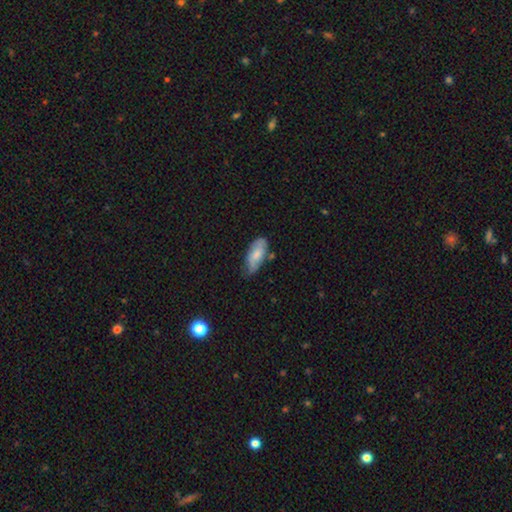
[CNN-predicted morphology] Smooth or featured?
  - smooth: 67% *
  - featured or disk: 26%
  - star or artifact: 7%
How rounded?
  - in between: 82% *
  - cigar-shaped: 16%
  - round: 2%
Merging?
  - none: 59% *
  - minor disturbance: 32%
  - major disturbance: 6%
  - merger: 3%